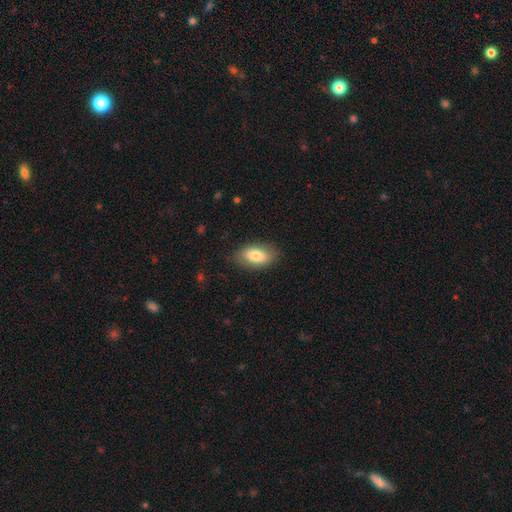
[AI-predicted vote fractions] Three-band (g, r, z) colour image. It shows a smooth galaxy with no disk features (78%) that is in between round and cigar-shaped (92%). Merging: none (81%).